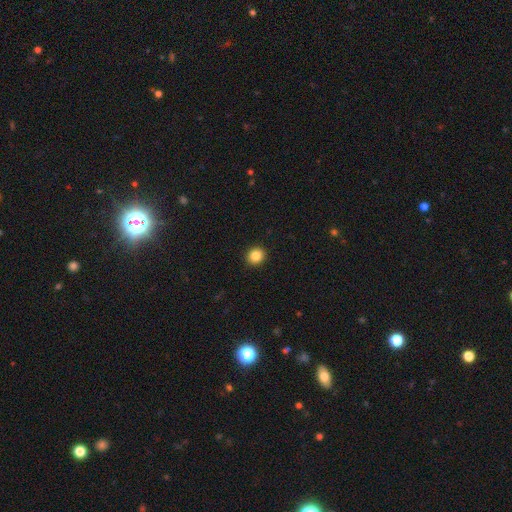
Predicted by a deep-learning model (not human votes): Smooth or featured? Predicted: smooth (p=0.84). How rounded? Predicted: round (p=0.88). Merging? Predicted: none (p=0.93).